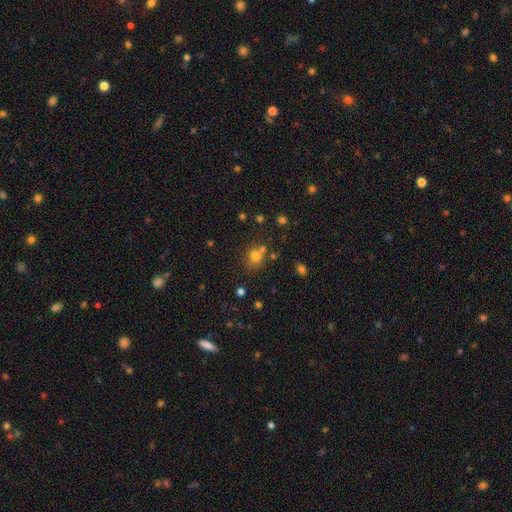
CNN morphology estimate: A smooth galaxy with no disk features (74%) that is round (77%).

Vote fractions:
- Smooth or featured? smooth: 74% / star or artifact: 17% / featured or disk: 10%
- How rounded? round: 77% / in between: 22% / cigar-shaped: 1%
- Merging? none: 59% / merger: 25% / minor disturbance: 12% / major disturbance: 5%